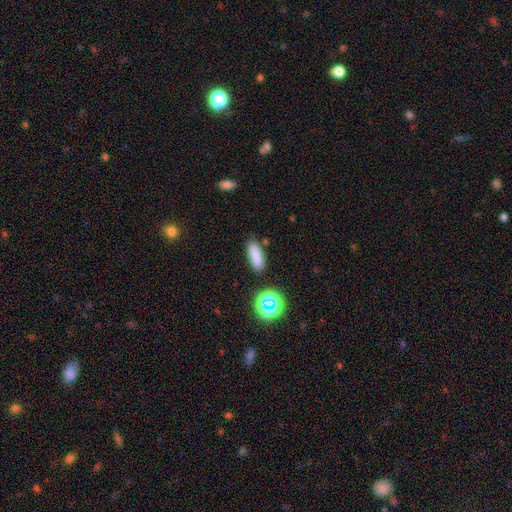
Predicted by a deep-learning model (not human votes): Smooth or featured? smooth (81%)
How rounded? in between (58%)
Merging? none (83%)